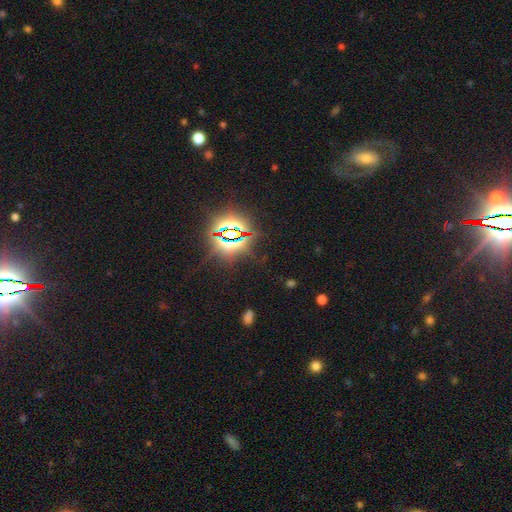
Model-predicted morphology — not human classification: A star or artifact, not a galaxy (79%).

Vote fractions:
- Smooth or featured? star or artifact: 79% / smooth: 11% / featured or disk: 10%